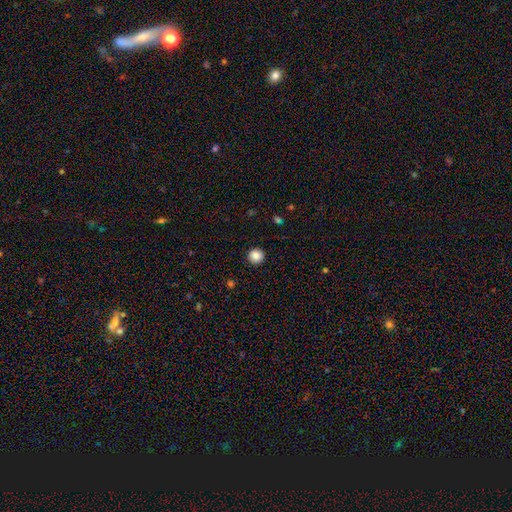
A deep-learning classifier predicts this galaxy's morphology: A smooth galaxy with no disk features (87%) that is round (94%).

Vote fractions:
- Smooth or featured? smooth: 87% / star or artifact: 10% / featured or disk: 4%
- How rounded? round: 94% / in between: 5% / cigar-shaped: 1%
- Merging? none: 92% / minor disturbance: 5% / major disturbance: 2% / merger: 1%